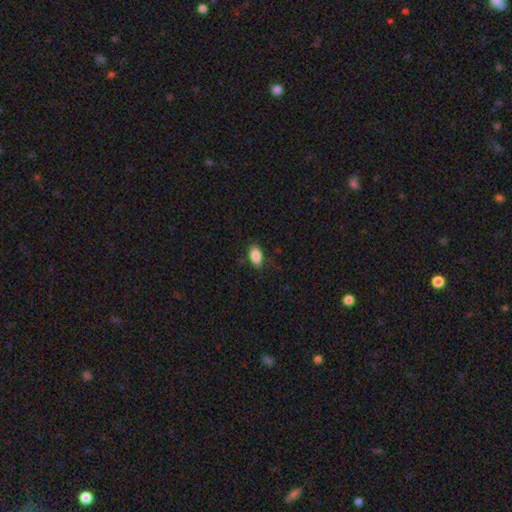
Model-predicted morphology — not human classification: A smooth galaxy with no disk features (87%) that is in between round and cigar-shaped (92%).

Vote fractions:
- Smooth or featured? smooth: 87% / star or artifact: 7% / featured or disk: 6%
- How rounded? in between: 92% / round: 5% / cigar-shaped: 4%
- Merging? none: 85% / minor disturbance: 12% / major disturbance: 3% / merger: 1%